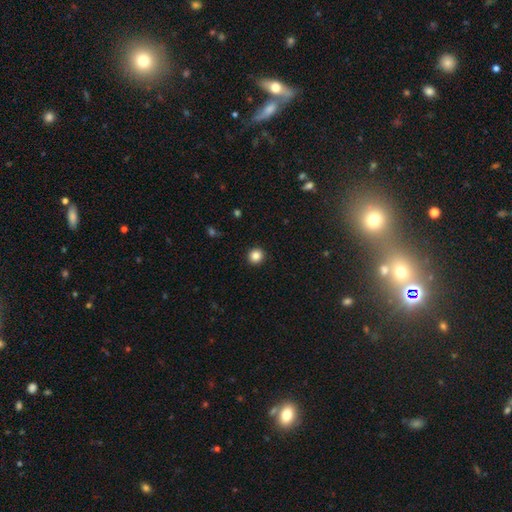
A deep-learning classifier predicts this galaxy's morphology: Smooth or featured: smooth — 85% (star or artifact — 11%)
How rounded: round — 94% (in between — 5%)
Merging: none — 93% (minor disturbance — 4%)